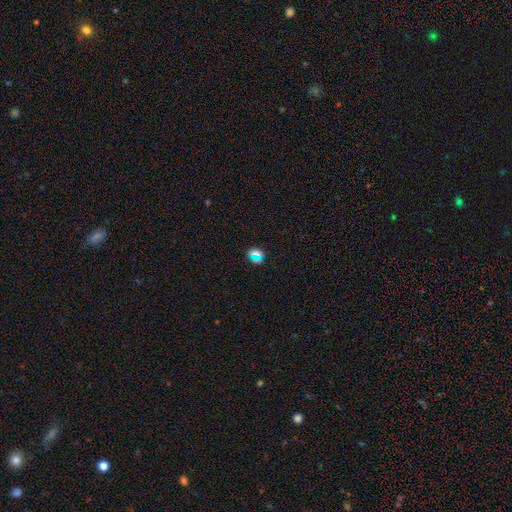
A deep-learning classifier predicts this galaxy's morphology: type=smooth (56%); roundness=round (59%); merging=none (74%).